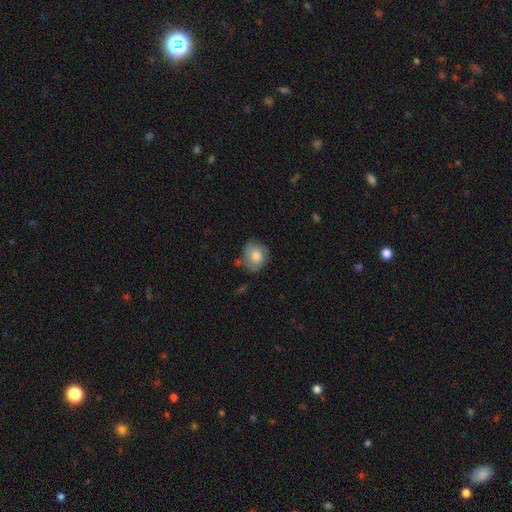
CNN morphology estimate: Smooth or featured?
  - smooth: 69% *
  - featured or disk: 24%
  - star or artifact: 7%
How rounded?
  - round: 71% *
  - in between: 28%
  - cigar-shaped: 1%
Merging?
  - none: 60% *
  - minor disturbance: 27%
  - major disturbance: 9%
  - merger: 4%